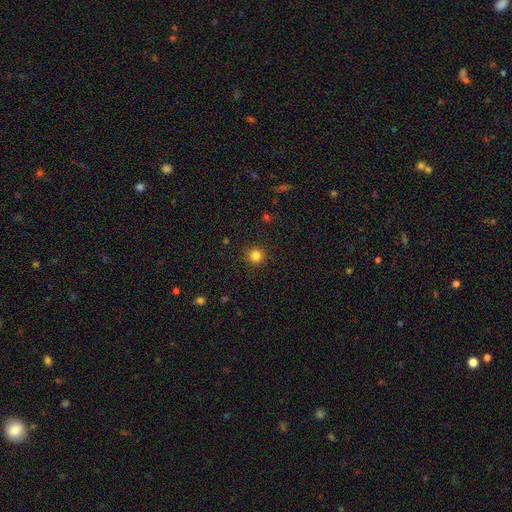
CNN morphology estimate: type=smooth (82%); roundness=round (94%); merging=none (91%).